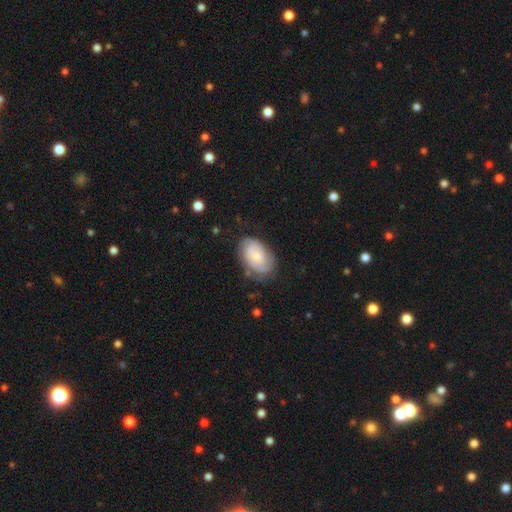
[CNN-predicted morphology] The model was most divided on "smooth or featured": smooth: 47%, featured or disk: 46%, star or artifact: 7%. More confident: merging — none (67%).